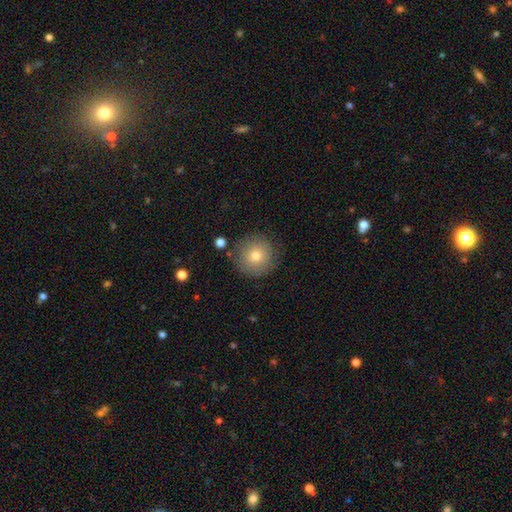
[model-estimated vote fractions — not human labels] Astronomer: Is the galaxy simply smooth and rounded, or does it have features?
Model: smooth — 75%.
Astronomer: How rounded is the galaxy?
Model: round — 96%.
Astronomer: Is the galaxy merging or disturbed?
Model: none — 85%.